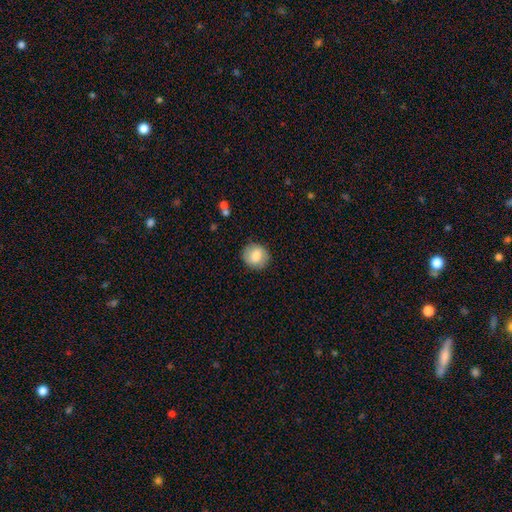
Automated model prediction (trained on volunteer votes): The model was most divided on "smooth or featured": smooth: 78%, featured or disk: 14%, star or artifact: 7%. More confident: merging — none (86%); how rounded — round (86%).